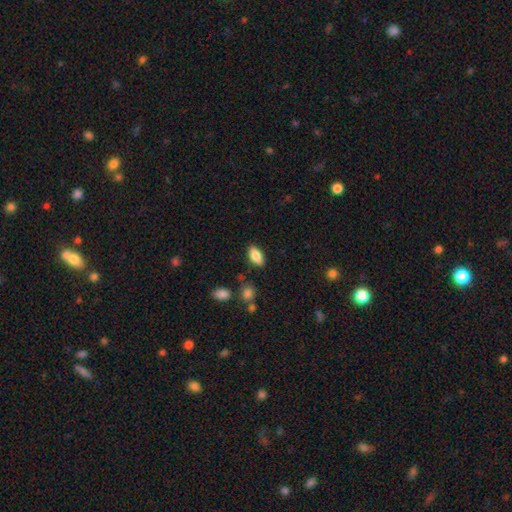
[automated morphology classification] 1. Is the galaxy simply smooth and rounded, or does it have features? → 78% smooth, 14% featured or disk, 8% star or artifact.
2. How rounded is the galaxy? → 88% in between, 9% cigar-shaped, 4% round.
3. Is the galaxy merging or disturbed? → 83% none, 12% minor disturbance, 3% major disturbance, 2% merger.